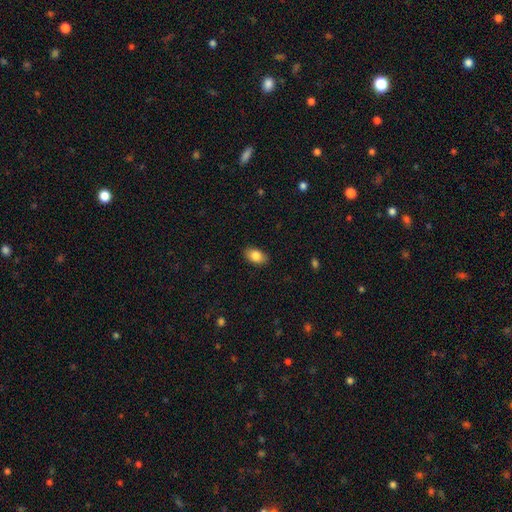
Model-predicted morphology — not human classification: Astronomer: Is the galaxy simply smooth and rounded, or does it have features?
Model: smooth — 84%.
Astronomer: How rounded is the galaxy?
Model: in between — 90%.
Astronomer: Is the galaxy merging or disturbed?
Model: none — 88%.